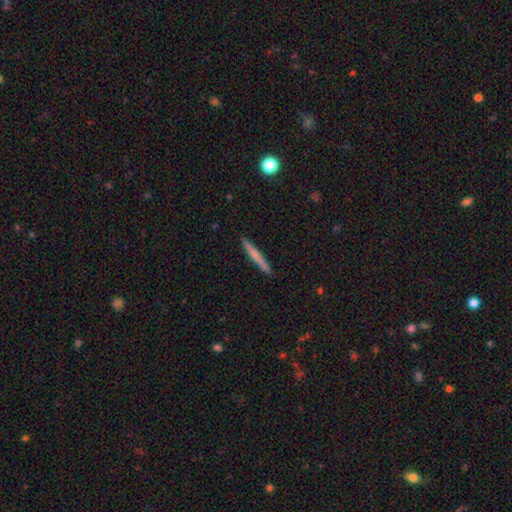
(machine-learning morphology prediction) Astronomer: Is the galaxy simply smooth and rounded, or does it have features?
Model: smooth — 58% (runner-up: featured or disk, 37%).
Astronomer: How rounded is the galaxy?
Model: cigar-shaped — 96%.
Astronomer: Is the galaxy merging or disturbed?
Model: none — 91%.